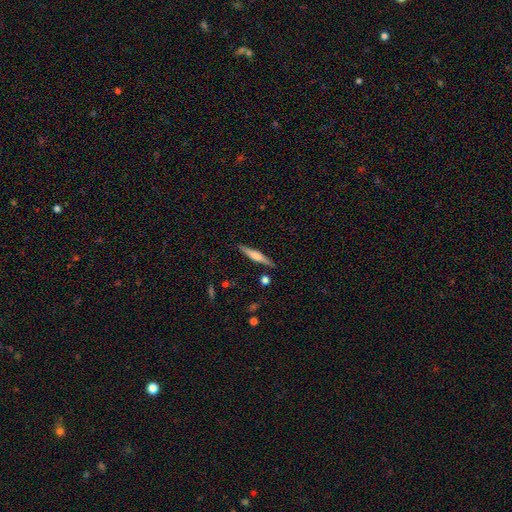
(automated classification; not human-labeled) Morphology: type=featured or disk (57%); edge-on=yes (97%); edge-on bulge=rounded (59%); merging=none (87%).